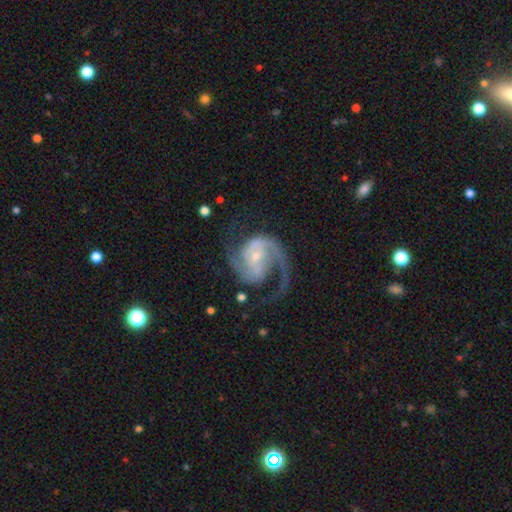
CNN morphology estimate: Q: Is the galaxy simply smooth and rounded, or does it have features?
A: featured or disk — 92%.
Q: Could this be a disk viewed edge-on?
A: no — 98%.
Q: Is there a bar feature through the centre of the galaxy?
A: no — 43%.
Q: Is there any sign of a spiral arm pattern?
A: yes — 98%.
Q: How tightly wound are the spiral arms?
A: medium — 58%.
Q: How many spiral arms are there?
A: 2 — 84%.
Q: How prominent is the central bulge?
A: small — 67%.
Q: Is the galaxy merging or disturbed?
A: none — 67%.